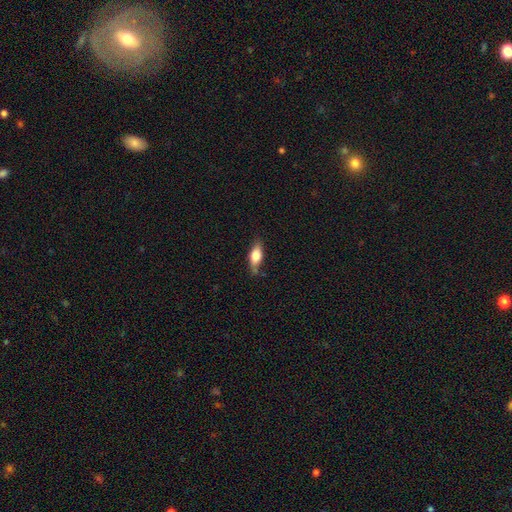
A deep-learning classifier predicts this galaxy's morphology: This is likely a smooth galaxy (70%). How rounded: likely in between (77%). Merging: likely none (68%).